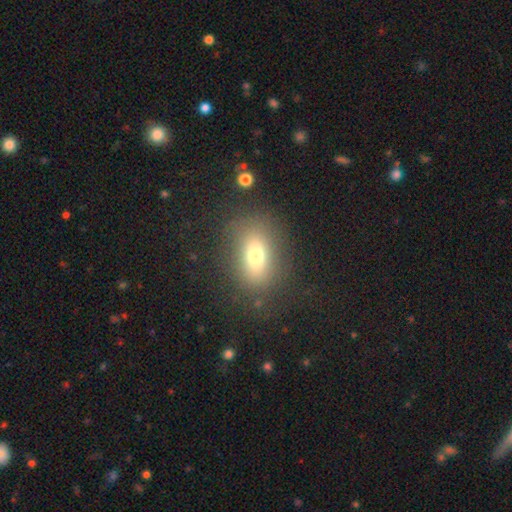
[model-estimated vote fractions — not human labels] A smooth galaxy with no disk features (72%) that is in between round and cigar-shaped (77%). Merging: none (78%).